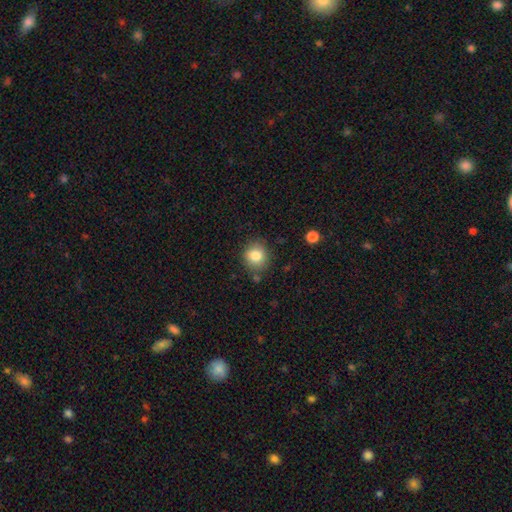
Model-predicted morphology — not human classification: Smooth or featured? smooth (82%)
How rounded? round (84%)
Merging? none (82%)